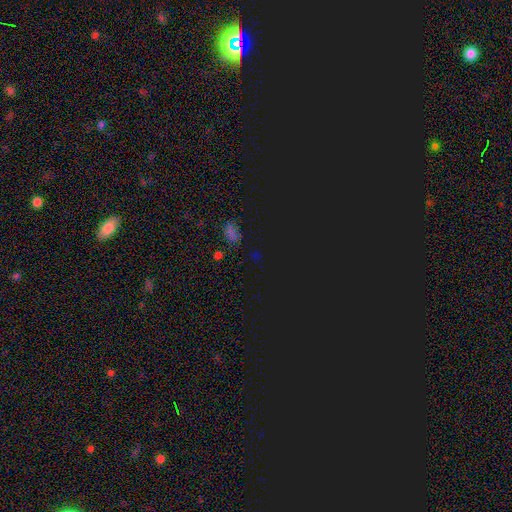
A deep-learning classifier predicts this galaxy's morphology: This appears to be a star or artifact, not a galaxy (73%).